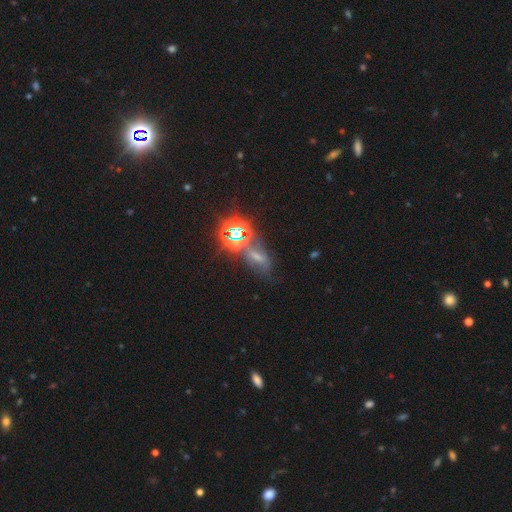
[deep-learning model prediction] Morphology: type=star or artifact (52%).